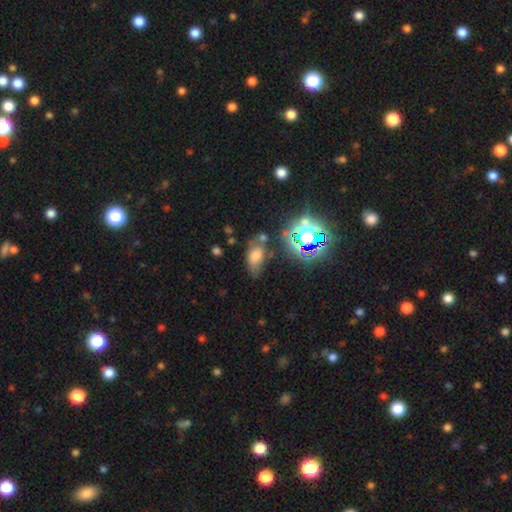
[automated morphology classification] A smooth galaxy with no disk features (58%) that is in between round and cigar-shaped (86%). Merging: none (49%).